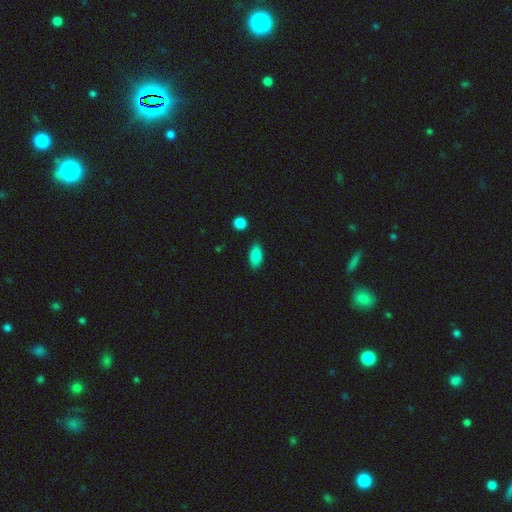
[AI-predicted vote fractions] Smooth or featured? smooth (88%)
How rounded? in between (90%)
Merging? none (84%)